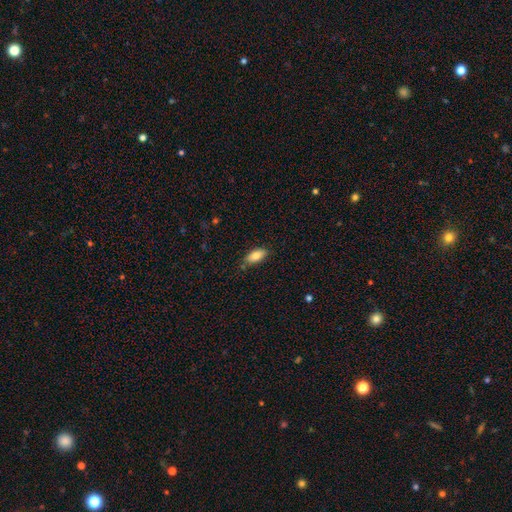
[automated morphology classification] smooth 84%, featured or disk 9%, star or artifact 7%. Down the decision tree: how rounded — in between (85%); merging — none (77%).